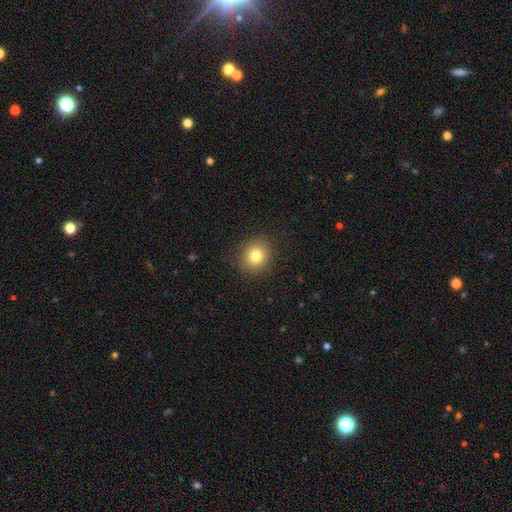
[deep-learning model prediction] Smooth or featured?
  - smooth: 81% *
  - star or artifact: 11%
  - featured or disk: 8%
How rounded?
  - round: 85% *
  - in between: 14%
  - cigar-shaped: 1%
Merging?
  - none: 90% *
  - minor disturbance: 7%
  - major disturbance: 2%
  - merger: 1%